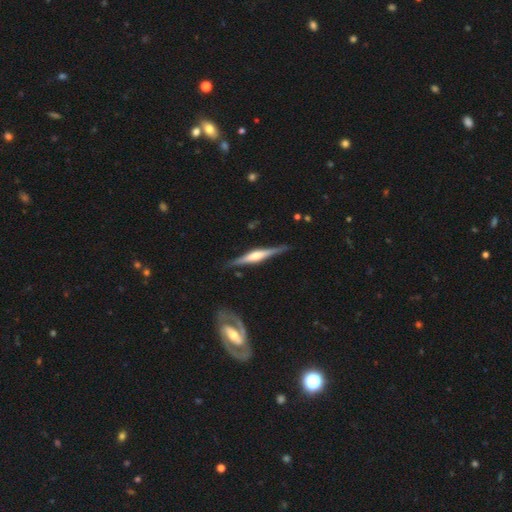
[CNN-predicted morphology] Q: Smooth or featured?
A: featured or disk (75%); runner-up: smooth (20%)
Q: Edge-on disk?
A: yes (97%); runner-up: no (3%)
Q: Edge-on bulge?
A: rounded (69%); runner-up: boxy (23%)
Q: Merging?
A: none (86%); runner-up: minor disturbance (10%)